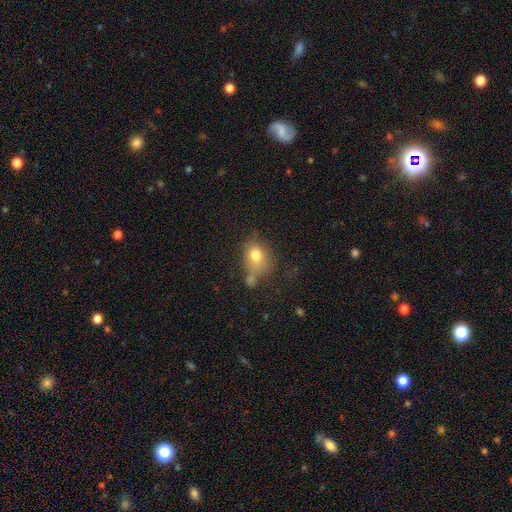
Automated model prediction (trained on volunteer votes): This is likely a smooth galaxy (77%). How rounded: possibly in between (51%). Merging: possibly none (46%).